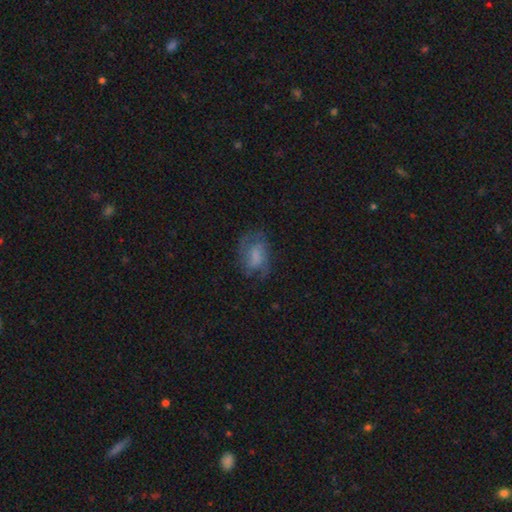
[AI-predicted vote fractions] Overall: featured or disk (50%; smooth 40%). Edge-on disk: no (97%). Merging: none (55%; minor disturbance 23%).